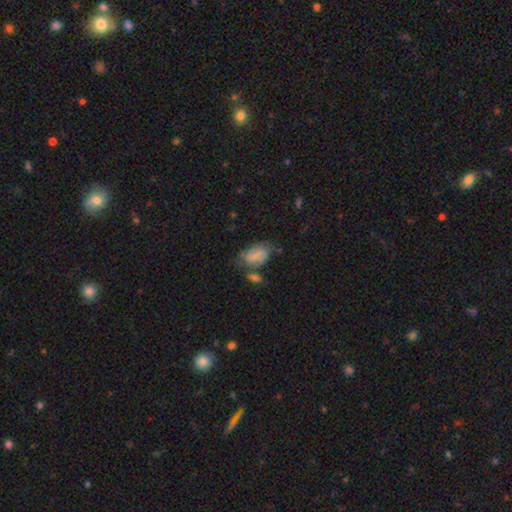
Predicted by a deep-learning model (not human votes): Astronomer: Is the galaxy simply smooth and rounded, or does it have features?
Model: smooth — 74%.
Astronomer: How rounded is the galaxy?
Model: in between — 89%.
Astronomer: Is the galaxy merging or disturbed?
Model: none — 44% (runner-up: minor disturbance, 26%).